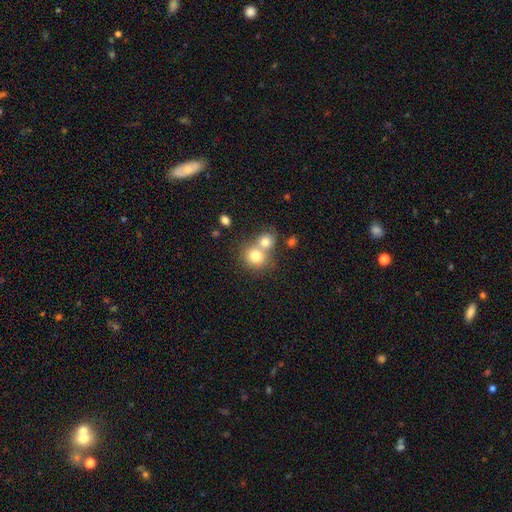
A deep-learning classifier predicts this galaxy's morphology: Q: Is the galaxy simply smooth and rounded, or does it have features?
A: smooth — 76%.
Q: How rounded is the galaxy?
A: round — 79%.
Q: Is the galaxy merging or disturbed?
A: merger — 56%.